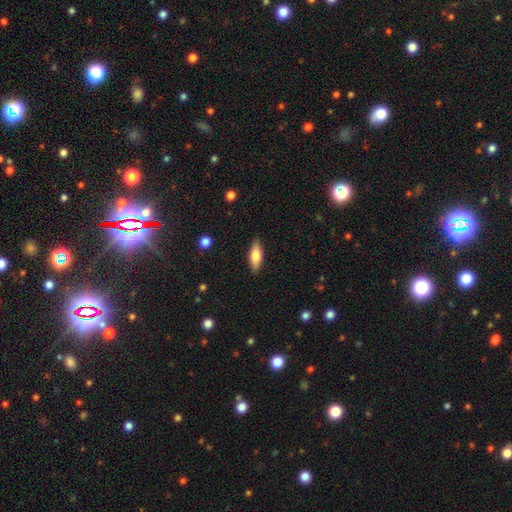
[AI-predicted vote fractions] Smooth or featured? smooth (76%)
How rounded? in between (70%)
Merging? none (87%)